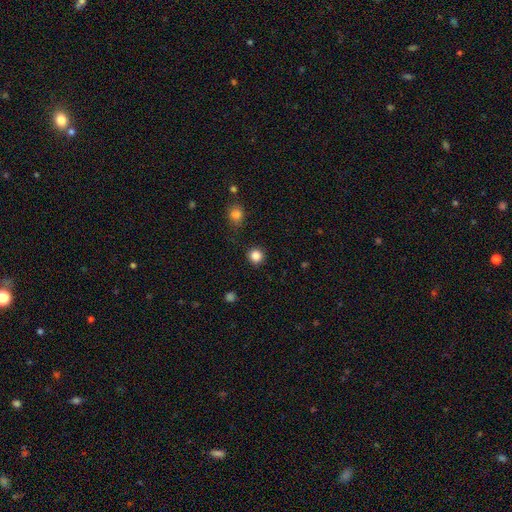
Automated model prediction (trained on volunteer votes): Q: Smooth or featured?
A: smooth (85%); runner-up: star or artifact (11%)
Q: How rounded?
A: round (94%); runner-up: in between (5%)
Q: Merging?
A: none (89%); runner-up: minor disturbance (6%)